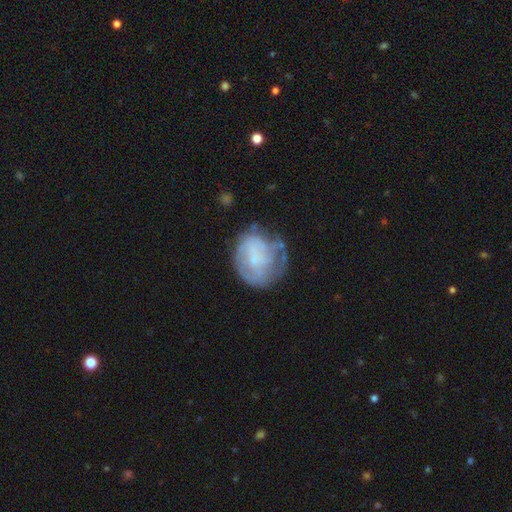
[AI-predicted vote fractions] Smooth or featured? Predicted: featured or disk (p=0.53). Edge-on disk? Predicted: no (p=0.97). Bar? Predicted: no (p=0.69). Spiral arms? Predicted: no (p=0.51). Bulge size? Predicted: small (p=0.65). Merging? Predicted: none (p=0.45).